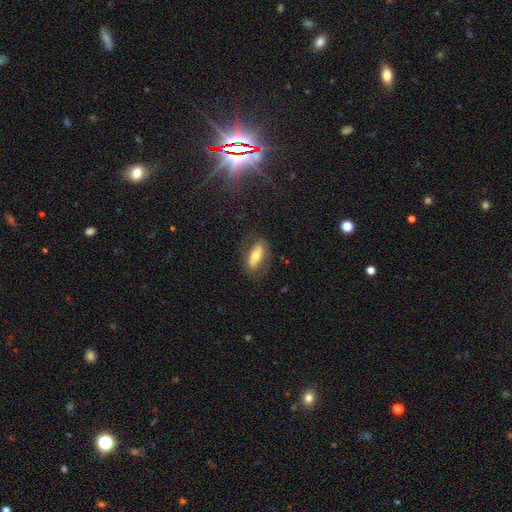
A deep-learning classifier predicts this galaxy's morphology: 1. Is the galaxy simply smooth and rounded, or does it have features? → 57% smooth, 35% featured or disk, 8% star or artifact.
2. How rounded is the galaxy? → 80% in between, 16% cigar-shaped, 4% round.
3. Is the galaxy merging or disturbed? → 75% none, 16% minor disturbance, 8% major disturbance, 1% merger.